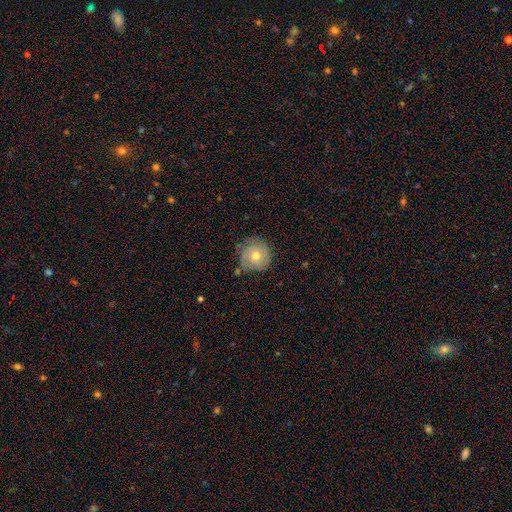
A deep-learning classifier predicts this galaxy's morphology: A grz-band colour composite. It shows a featured or disk galaxy (49%). Merging: none (71%).